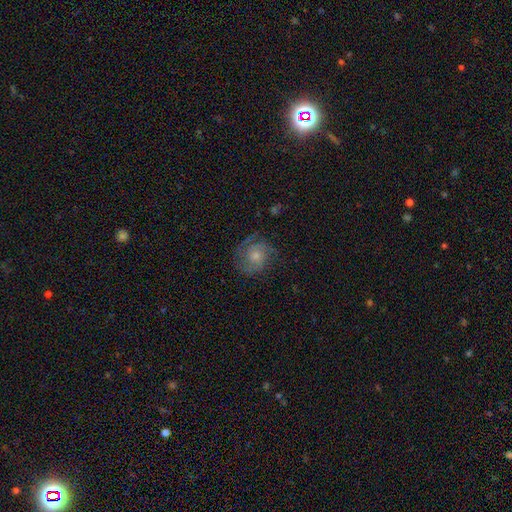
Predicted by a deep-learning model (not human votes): Q: Smooth or featured?
A: featured or disk (75%); runner-up: smooth (14%)
Q: Edge-on disk?
A: no (98%); runner-up: yes (2%)
Q: Bar?
A: no (74%); runner-up: weak (22%)
Q: Spiral arms?
A: yes (96%); runner-up: no (4%)
Q: Spiral winding?
A: tight (53%); runner-up: medium (38%)
Q: Spiral arm count?
A: 2 (46%); runner-up: 3 (22%)
Q: Bulge size?
A: moderate (47%); runner-up: small (44%)
Q: Merging?
A: none (77%); runner-up: minor disturbance (15%)